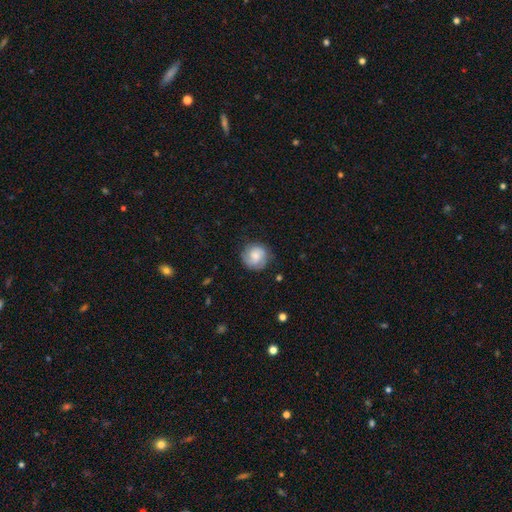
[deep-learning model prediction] Smooth or featured? Predicted: smooth (p=0.56). How rounded? Predicted: round (p=0.90). Merging? Predicted: none (p=0.77).